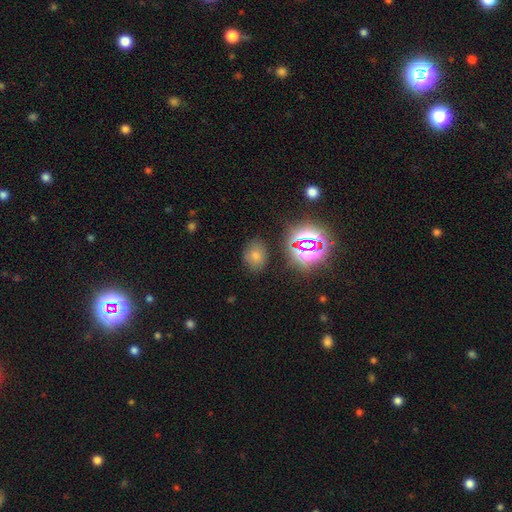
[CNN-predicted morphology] smooth 50%, star or artifact 39%, featured or disk 10%. Down the decision tree: how rounded — round (49%, tied with in between); merging — none (83%).